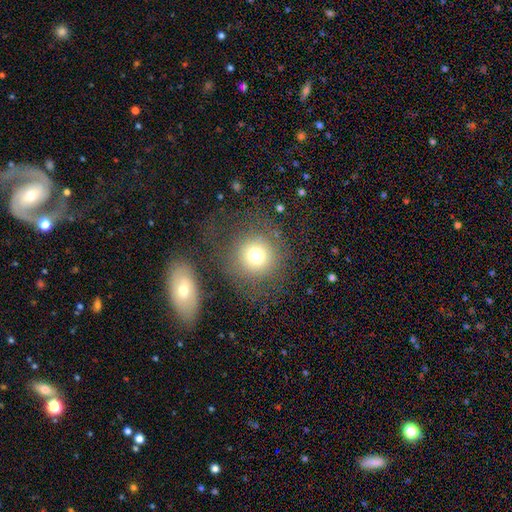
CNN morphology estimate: Smooth or featured: smooth — 70% (featured or disk — 16%)
How rounded: round — 92% (in between — 7%)
Merging: none — 65% (major disturbance — 14%)